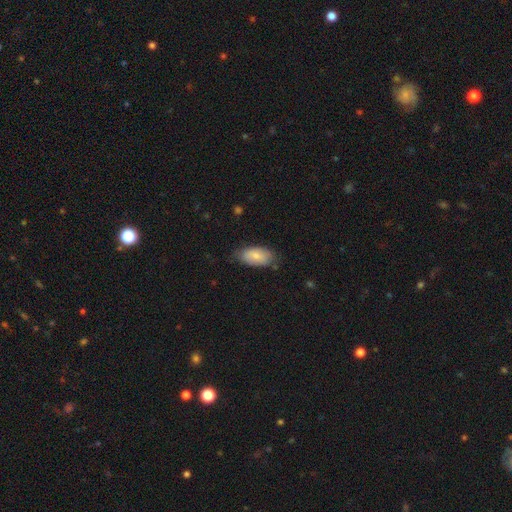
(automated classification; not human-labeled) A smooth galaxy with no disk features (78%) that is in between round and cigar-shaped (93%).

Vote fractions:
- Smooth or featured? smooth: 78% / featured or disk: 15% / star or artifact: 6%
- How rounded? in between: 93% / cigar-shaped: 4% / round: 3%
- Merging? none: 68% / minor disturbance: 26% / major disturbance: 5% / merger: 2%